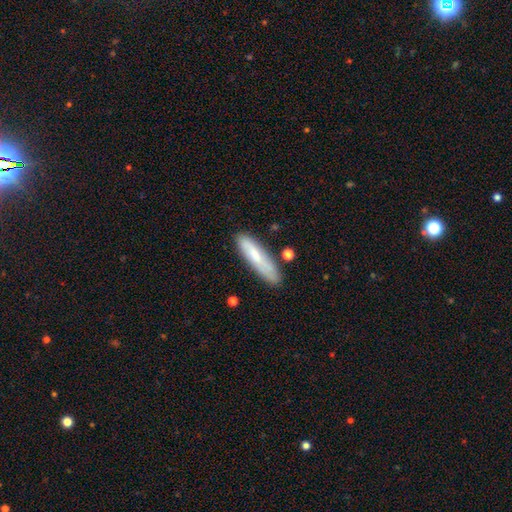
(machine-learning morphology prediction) This is likely a smooth galaxy (71%). How rounded: likely cigar-shaped (73%). Merging: likely none (73%).